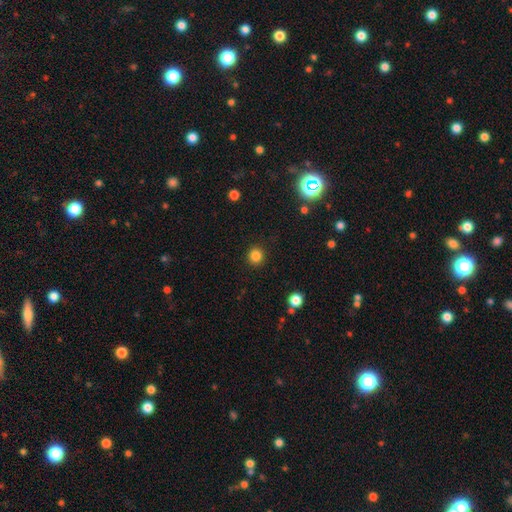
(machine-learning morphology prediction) Q: Smooth or featured?
A: smooth (83%); runner-up: star or artifact (13%)
Q: How rounded?
A: round (92%); runner-up: in between (7%)
Q: Merging?
A: none (91%); runner-up: minor disturbance (5%)